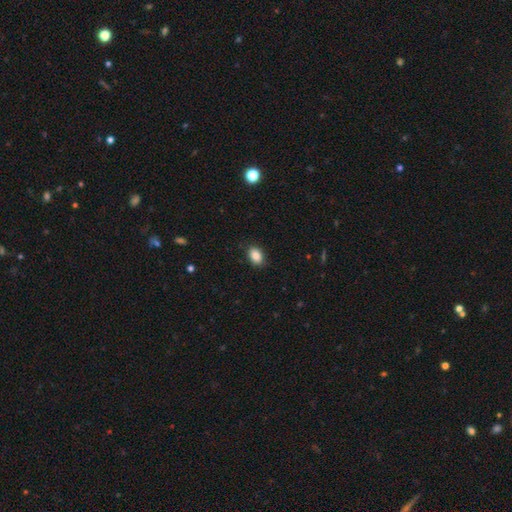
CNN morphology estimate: Smooth or featured: smooth — 87% (star or artifact — 9%)
How rounded: in between — 82% (round — 16%)
Merging: none — 86% (minor disturbance — 11%)